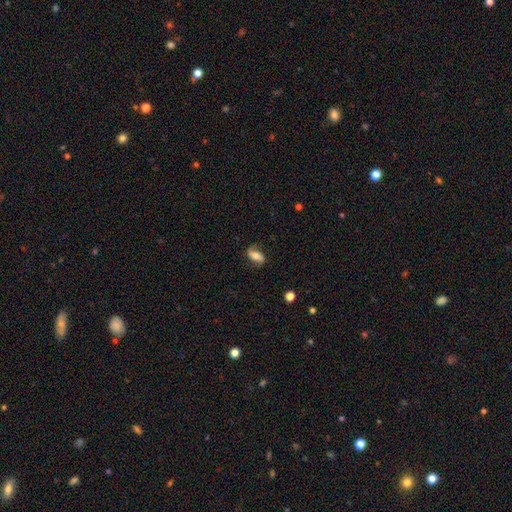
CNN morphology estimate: Q: Smooth or featured?
A: featured or disk (48%); runner-up: smooth (44%)
Q: Merging?
A: none (75%); runner-up: minor disturbance (18%)